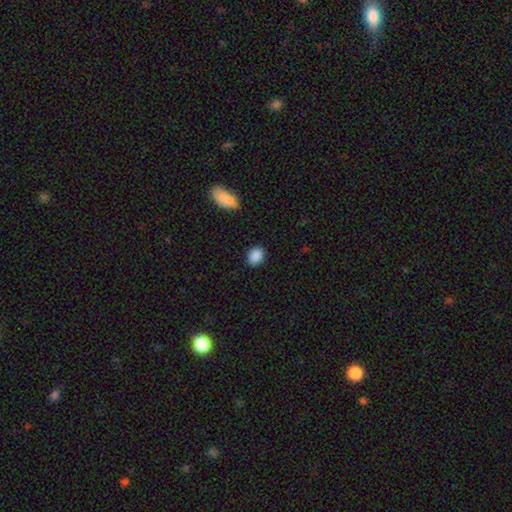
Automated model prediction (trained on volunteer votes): Q: Smooth or featured?
A: smooth (89%); runner-up: star or artifact (8%)
Q: How rounded?
A: in between (71%); runner-up: round (28%)
Q: Merging?
A: none (85%); runner-up: minor disturbance (11%)